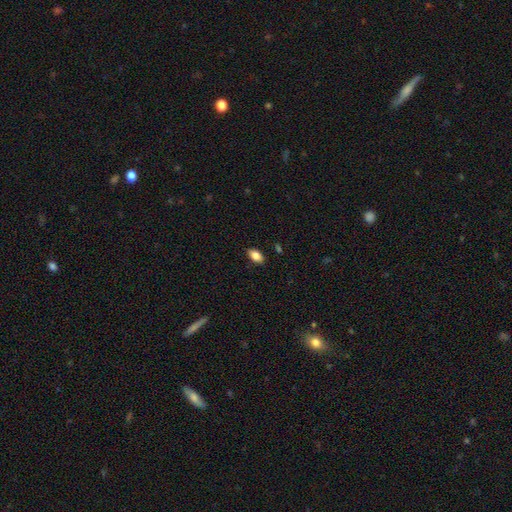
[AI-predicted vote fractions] Morphology: type=smooth (84%); roundness=in between (91%); merging=none (88%).